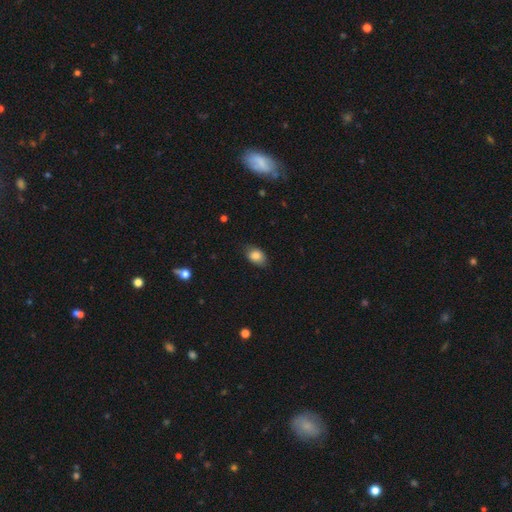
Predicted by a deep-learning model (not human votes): Smooth or featured? Predicted: smooth (p=0.83). How rounded? Predicted: in between (p=0.81). Merging? Predicted: none (p=0.75).